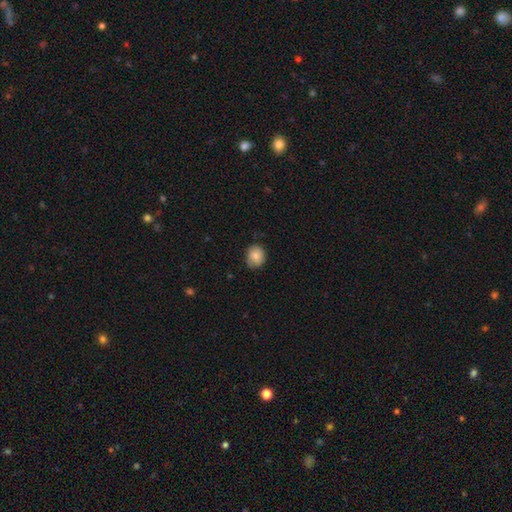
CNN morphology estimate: Smooth or featured? Predicted: smooth (p=0.84). How rounded? Predicted: round (p=0.67). Merging? Predicted: none (p=0.75).